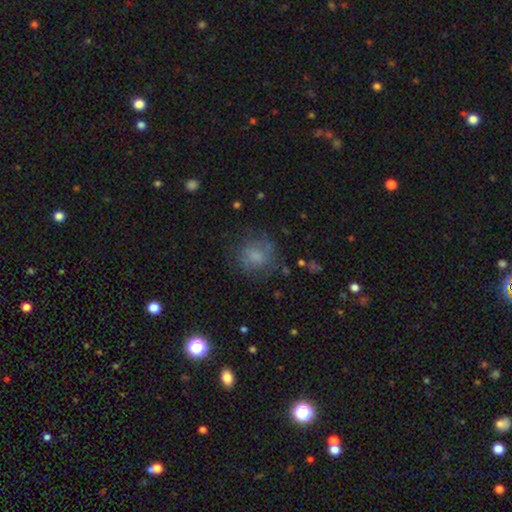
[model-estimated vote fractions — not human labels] This appears to be a smooth galaxy with no disk features (61%) that is round (80%). Merging: none (67%).